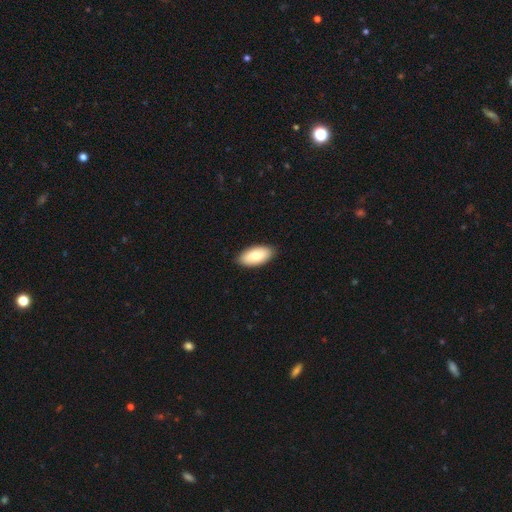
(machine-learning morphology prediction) A smooth galaxy with no disk features (79%) that is in between round and cigar-shaped (93%). Merging: none (88%).